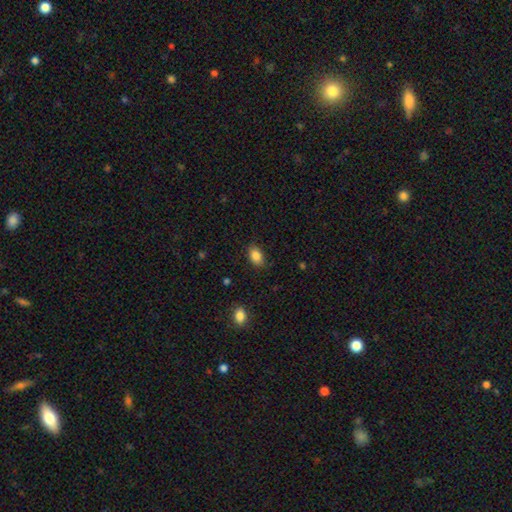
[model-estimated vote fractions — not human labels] Overall: smooth (86%). How rounded: in between (86%). Merging: none (81%).